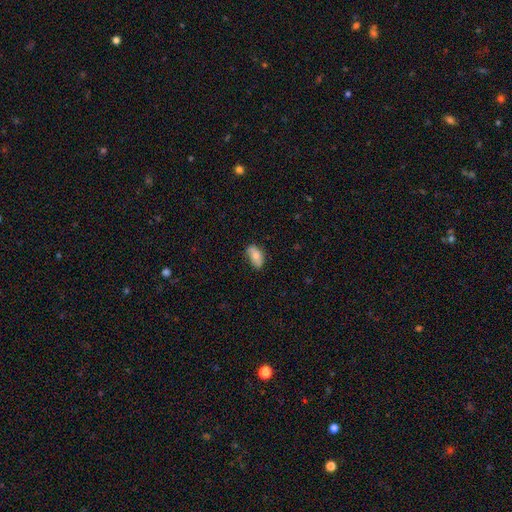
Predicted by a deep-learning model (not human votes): Overall: smooth (73%). How rounded: in between (92%). Merging: none (65%; minor disturbance 28%).